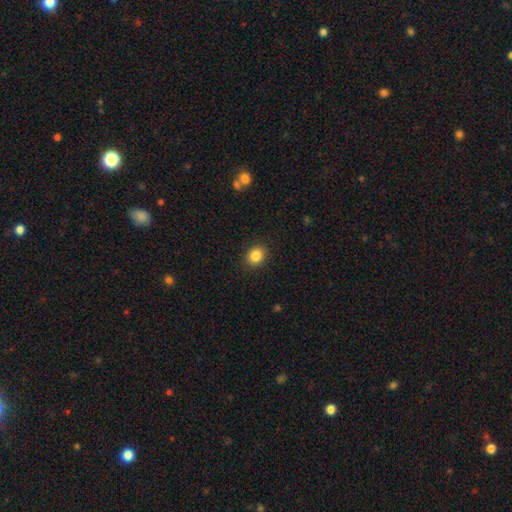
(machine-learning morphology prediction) The model was most divided on "how rounded": round: 58%, in between: 41%, cigar-shaped: 1%. More confident: merging — none (89%); smooth or featured — smooth (86%).